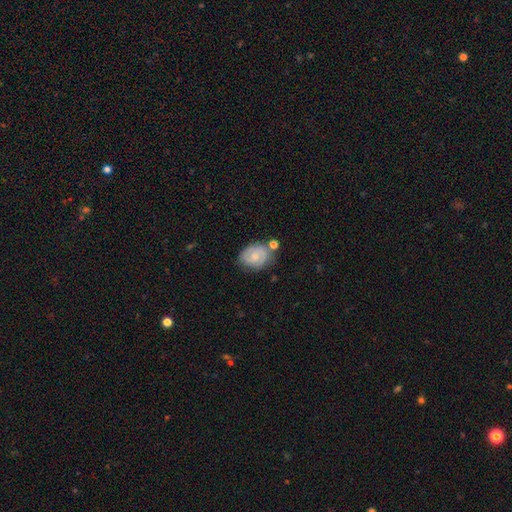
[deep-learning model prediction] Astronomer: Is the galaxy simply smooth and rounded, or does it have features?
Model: featured or disk — 57% (runner-up: smooth, 35%).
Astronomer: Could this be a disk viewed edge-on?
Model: no — 97%.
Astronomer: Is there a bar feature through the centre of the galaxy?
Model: no — 66%.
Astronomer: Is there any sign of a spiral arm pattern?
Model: yes — 84%.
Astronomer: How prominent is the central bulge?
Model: small — 55% (runner-up: moderate, 36%).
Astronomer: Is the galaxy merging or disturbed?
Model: none — 63%.